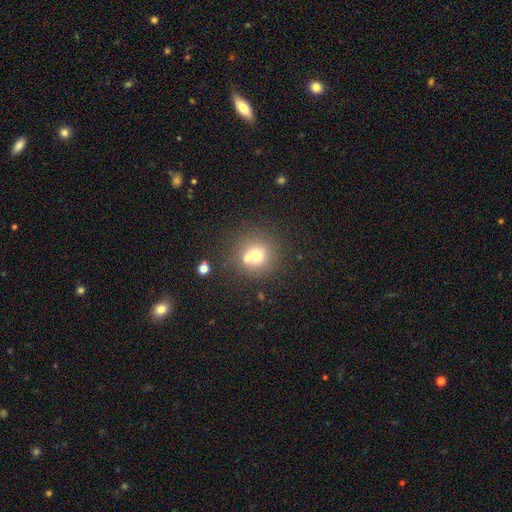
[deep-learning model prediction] Overall: smooth (67%). How rounded: round (91%). Merging: none (57%; merger 30%).